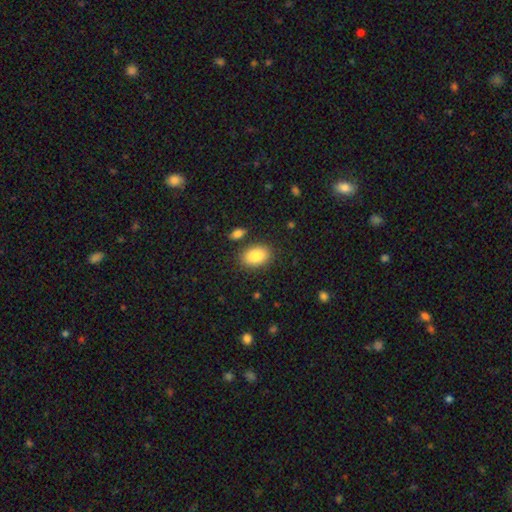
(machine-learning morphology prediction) Smooth or featured: smooth — 85% (star or artifact — 7%)
How rounded: in between — 84% (round — 15%)
Merging: none — 83% (minor disturbance — 10%)